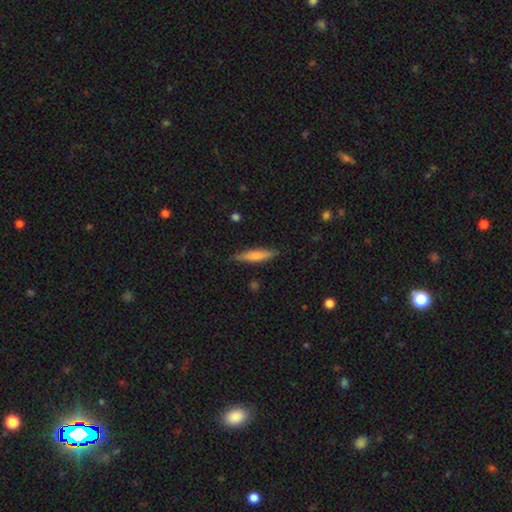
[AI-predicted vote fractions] smooth 66%, featured or disk 28%, star or artifact 6%. Down the decision tree: how rounded — cigar-shaped (84%); merging — none (85%).